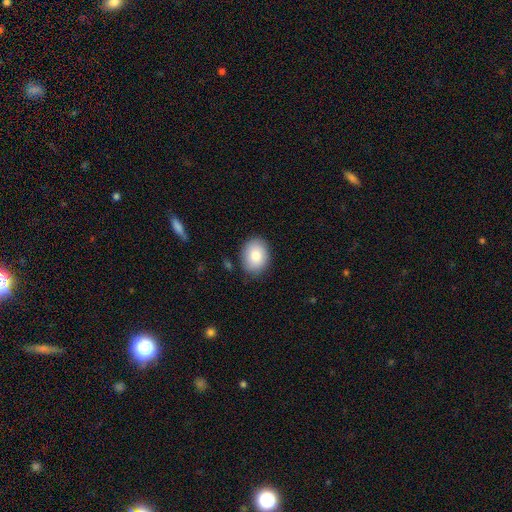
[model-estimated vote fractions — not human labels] Smooth or featured? Predicted: smooth (p=0.84). How rounded? Predicted: in between (p=0.64). Merging? Predicted: none (p=0.83).